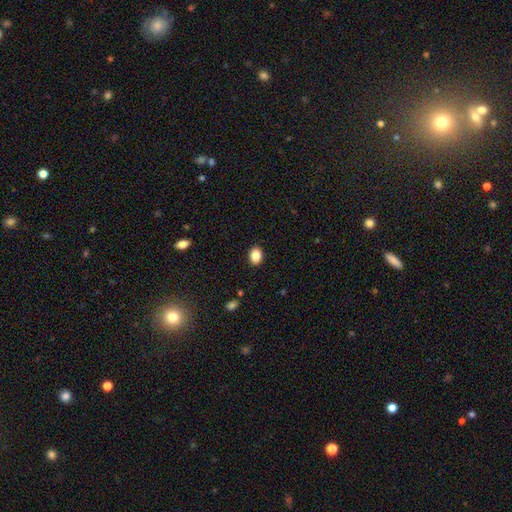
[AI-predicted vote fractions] smooth-or-featured: smooth: 86% | star or artifact: 9% | featured or disk: 5%
  how-rounded: in between: 64% | round: 35% | cigar-shaped: 1%
  merging: none: 90% | minor disturbance: 7% | major disturbance: 2% | merger: 1%